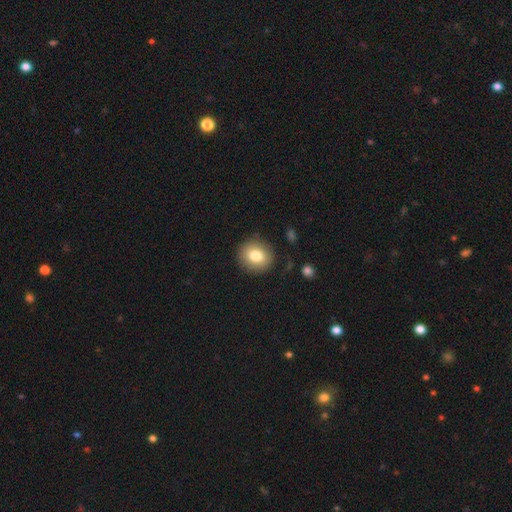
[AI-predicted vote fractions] This is clearly a smooth galaxy (81%). How rounded: clearly round (84%). Merging: clearly none (88%).